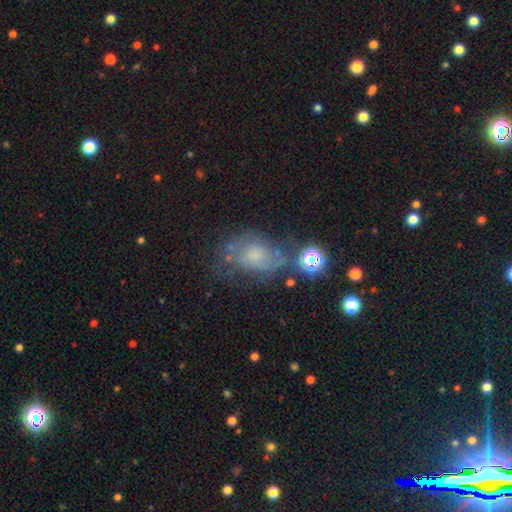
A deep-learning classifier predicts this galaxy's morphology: type=featured or disk (46%); merging=none (43%).